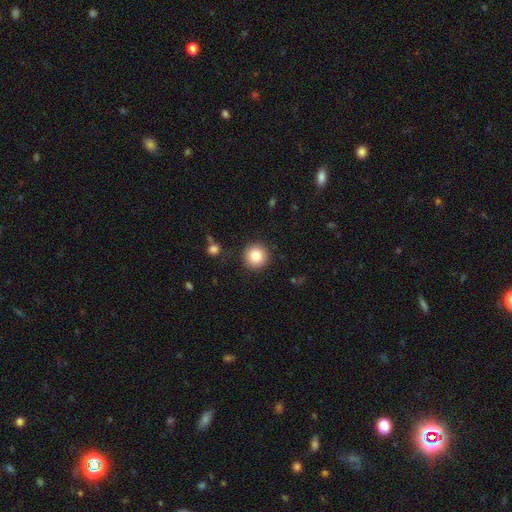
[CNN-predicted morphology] type=smooth (83%); roundness=round (95%); merging=none (90%).